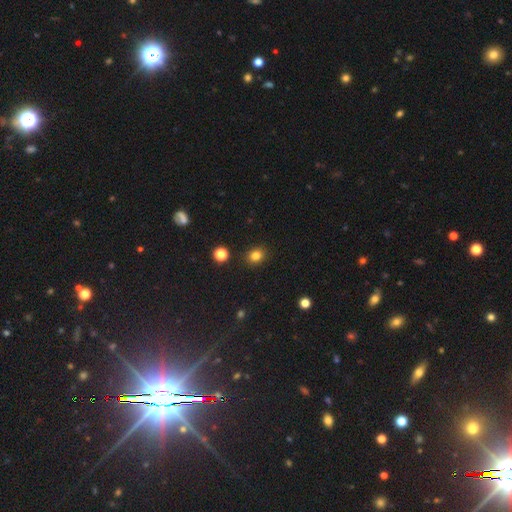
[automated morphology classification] A smooth galaxy with no disk features (82%) that is round (60%). Merging: none (88%).